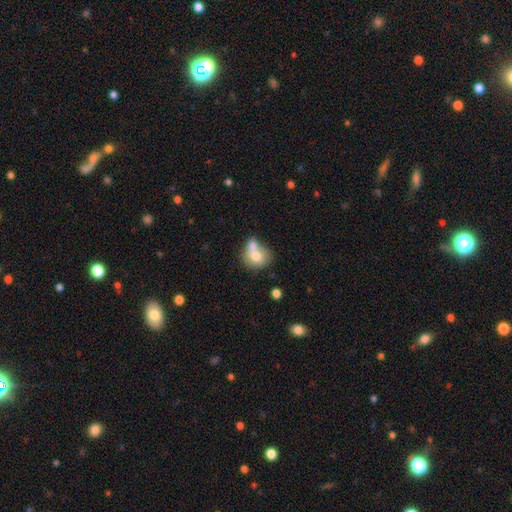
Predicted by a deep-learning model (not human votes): Smooth or featured? Predicted: smooth (p=0.70). How rounded? Predicted: round (p=0.65). Merging? Predicted: merger (p=0.56).